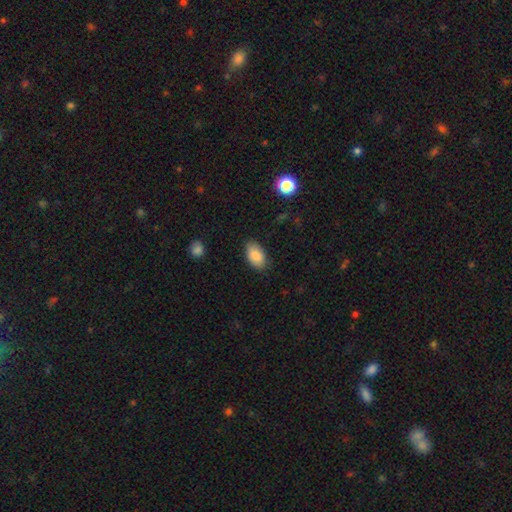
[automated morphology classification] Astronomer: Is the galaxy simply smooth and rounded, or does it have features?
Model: smooth — 87%.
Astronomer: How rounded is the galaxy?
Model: in between — 94%.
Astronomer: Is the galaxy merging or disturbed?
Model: none — 84%.